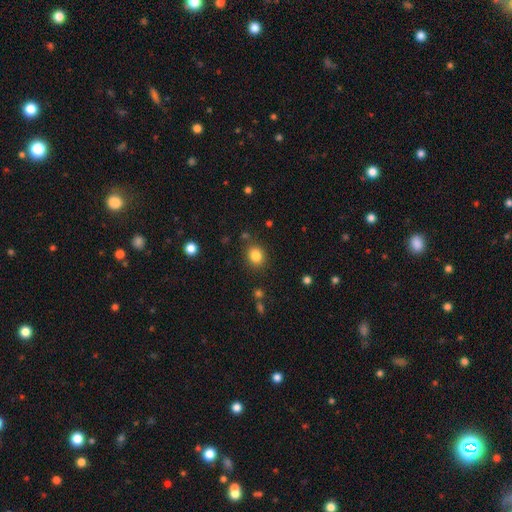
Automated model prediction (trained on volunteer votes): smooth_or_featured: smooth (p=0.83) [alt: star or artifact p=0.11]
how_rounded: round (p=0.67) [alt: in between p=0.32]
merging: none (p=0.84) [alt: minor disturbance p=0.10]